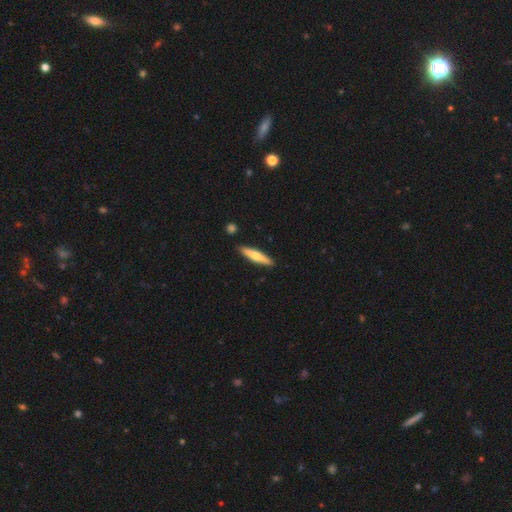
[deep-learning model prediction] A smooth galaxy with no disk features (59%) that is cigar-shaped (86%).

Vote fractions:
- Smooth or featured? smooth: 59% / featured or disk: 35% / star or artifact: 5%
- How rounded? cigar-shaped: 86% / in between: 12% / round: 1%
- Merging? none: 88% / minor disturbance: 8% / merger: 2% / major disturbance: 2%